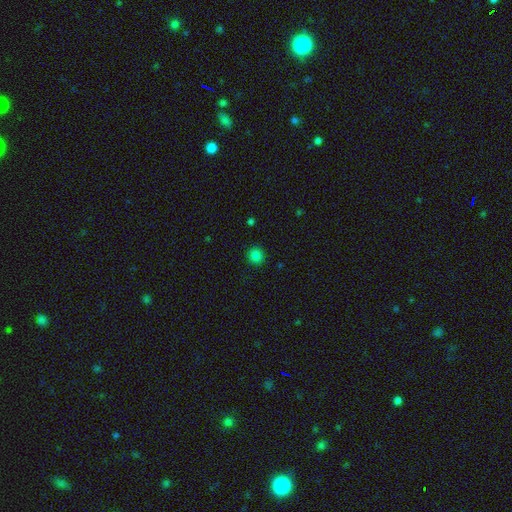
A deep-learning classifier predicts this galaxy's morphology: type=smooth (83%); roundness=round (88%); merging=none (91%).